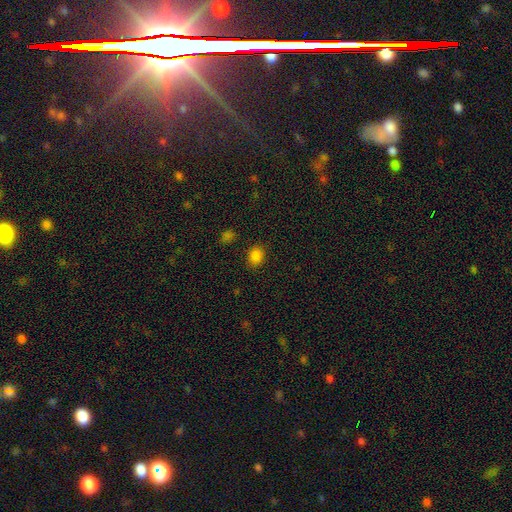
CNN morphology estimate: Smooth or featured: smooth — 83% (star or artifact — 13%)
How rounded: in between — 55% (round — 44%)
Merging: none — 86% (minor disturbance — 9%)